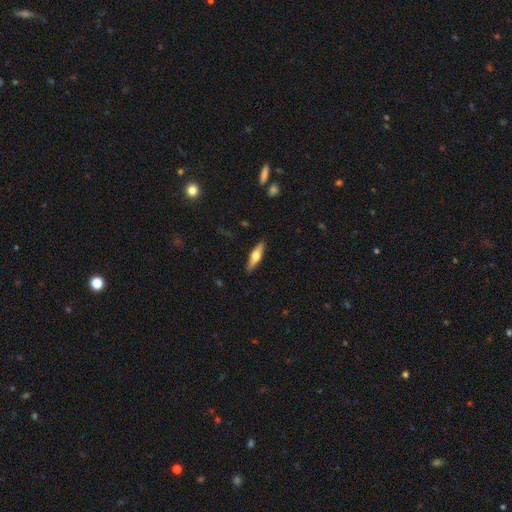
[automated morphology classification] This appears to be a smooth galaxy with no disk features (48%). Merging: none (89%).